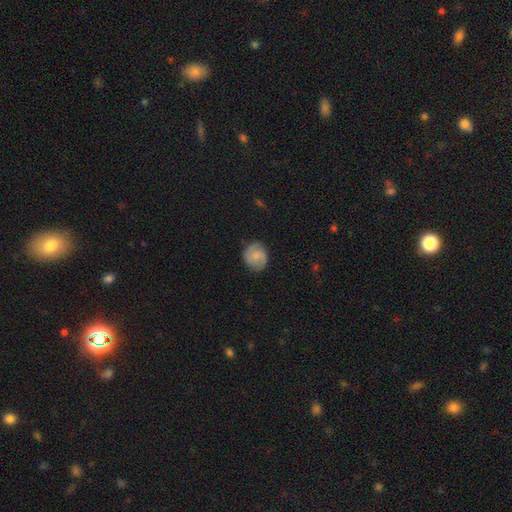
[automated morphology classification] This is possibly a smooth galaxy (58%). How rounded: likely round (74%). Merging: likely none (79%).